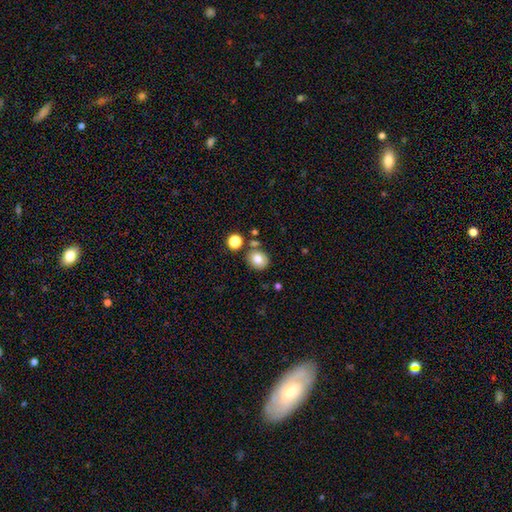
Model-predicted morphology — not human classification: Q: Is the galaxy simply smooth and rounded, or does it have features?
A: smooth — 80%.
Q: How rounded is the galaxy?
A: round — 72%.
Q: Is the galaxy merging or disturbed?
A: none — 78%.